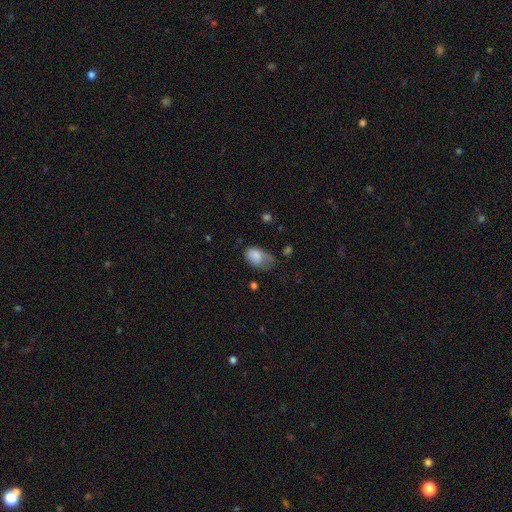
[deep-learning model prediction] Smooth or featured? smooth (75%)
How rounded? in between (89%)
Merging? minor disturbance (38%)